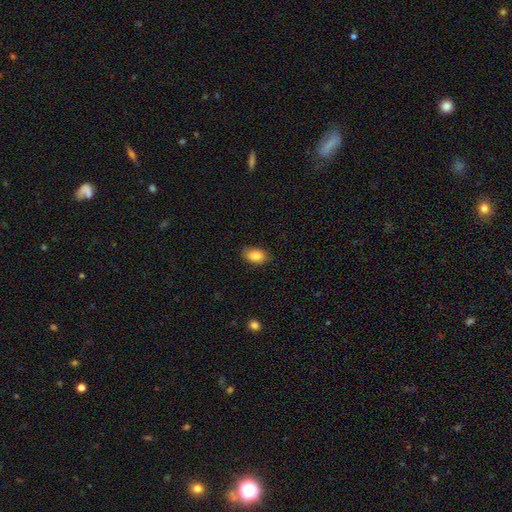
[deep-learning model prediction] smooth 85%, star or artifact 8%, featured or disk 7%. Down the decision tree: how rounded — in between (84%); merging — none (84%).